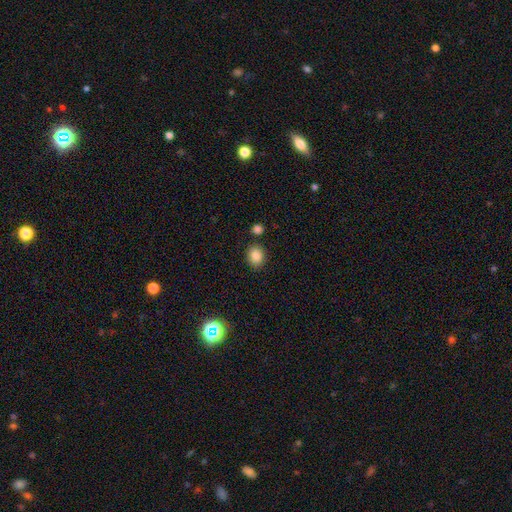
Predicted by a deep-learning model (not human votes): A smooth galaxy with no disk features (86%) that is round (50%). Merging: none (81%).